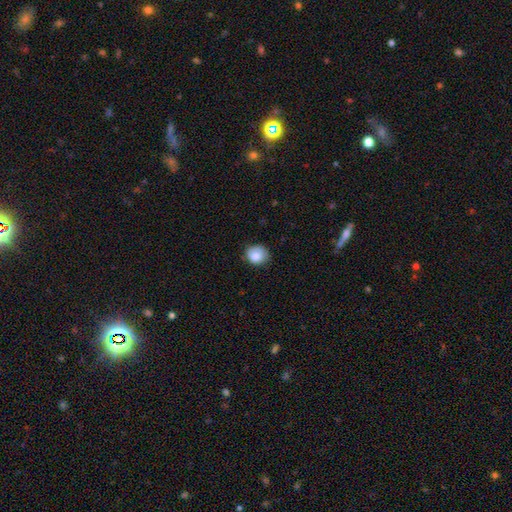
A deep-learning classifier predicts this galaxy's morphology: This is clearly a smooth galaxy (81%). How rounded: likely round (71%). Merging: likely none (70%).